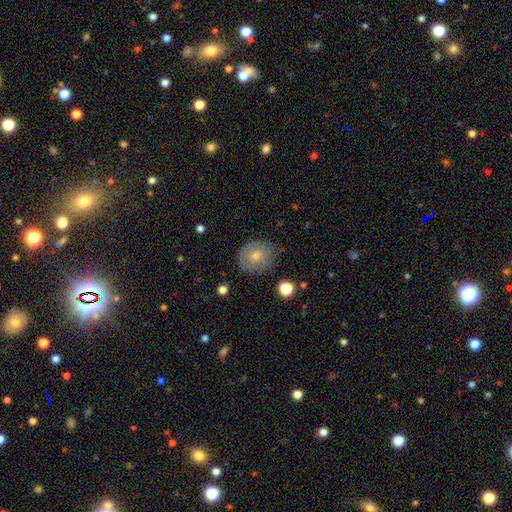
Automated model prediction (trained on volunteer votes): Overall: smooth (65%). How rounded: round (86%). Merging: none (77%).